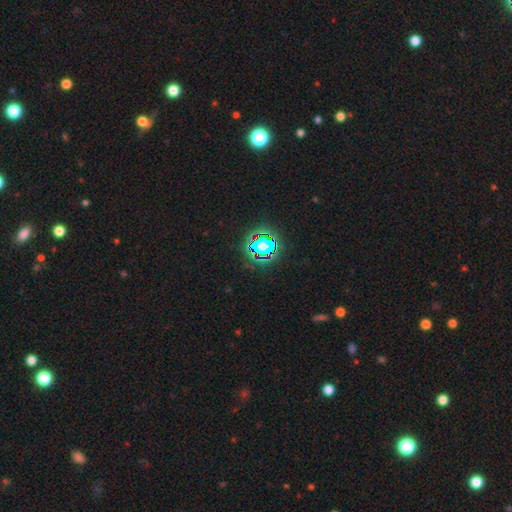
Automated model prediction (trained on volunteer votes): Smooth or featured?
  - star or artifact: 81% *
  - smooth: 12%
  - featured or disk: 7%